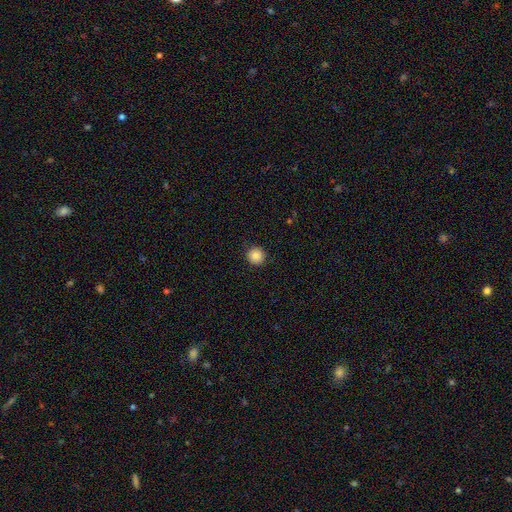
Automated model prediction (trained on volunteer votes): Smooth or featured? Predicted: smooth (p=0.86). How rounded? Predicted: round (p=0.95). Merging? Predicted: none (p=0.92).